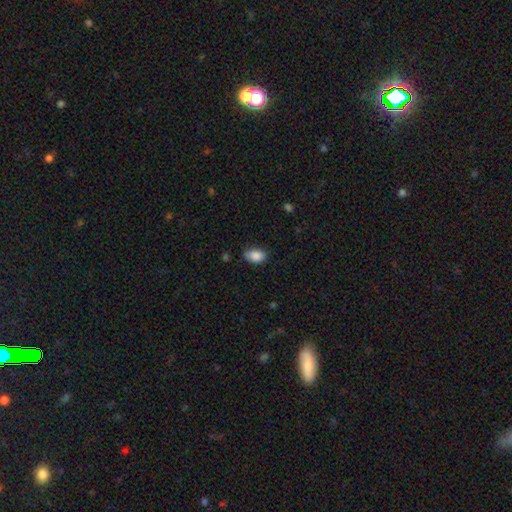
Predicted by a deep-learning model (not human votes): This appears to be a smooth galaxy with no disk features (88%) that is in between round and cigar-shaped (90%). Merging: none (75%).